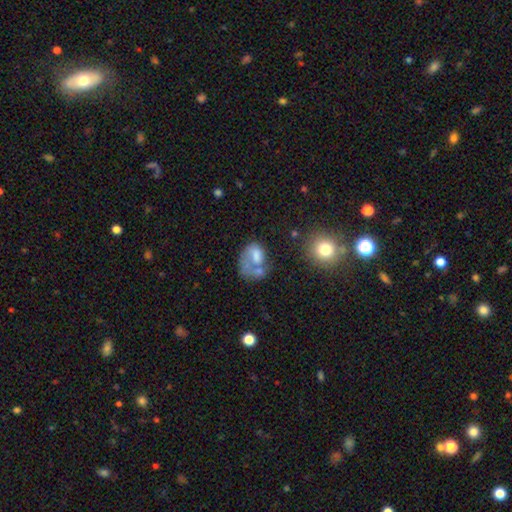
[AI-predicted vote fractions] smooth_or_featured: smooth (p=0.52) [alt: featured or disk p=0.37]
how_rounded: in between (p=0.69) [alt: round p=0.30]
merging: major disturbance (p=0.36) [alt: none p=0.26]